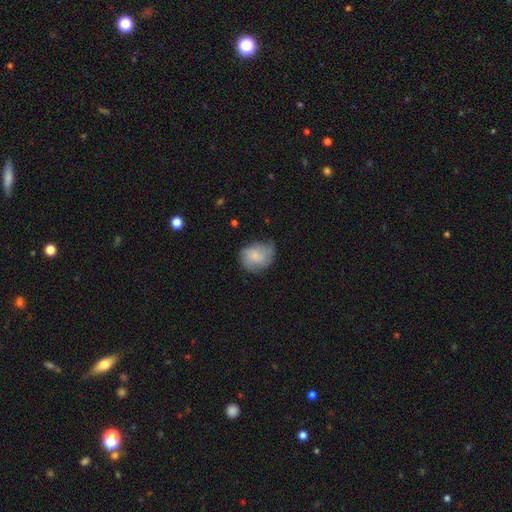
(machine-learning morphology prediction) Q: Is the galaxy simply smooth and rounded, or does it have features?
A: smooth — 62%.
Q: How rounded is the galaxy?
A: round — 57%.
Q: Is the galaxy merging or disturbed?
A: none — 48%.